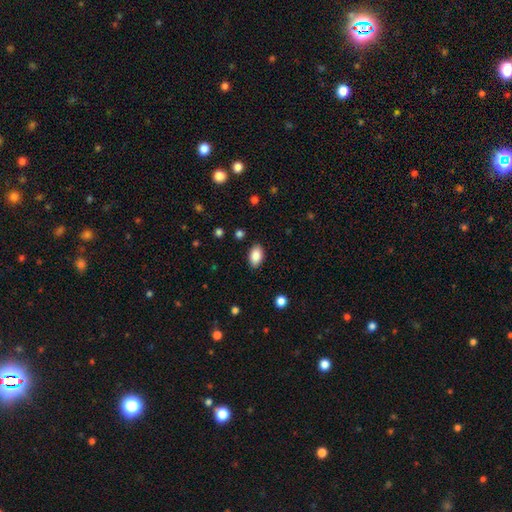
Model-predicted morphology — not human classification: This is clearly a smooth galaxy (88%). How rounded: clearly in between (90%). Merging: clearly none (86%).